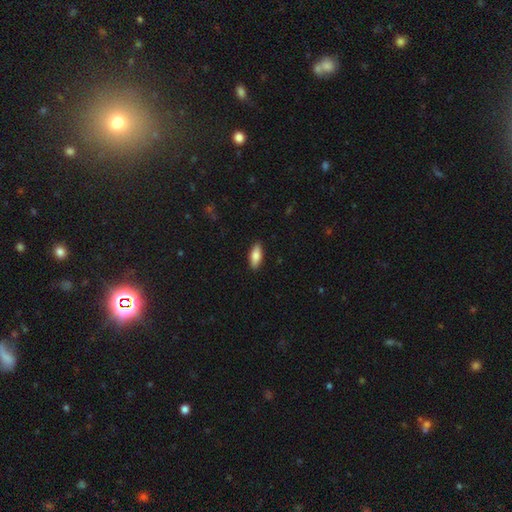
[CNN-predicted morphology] smooth_or_featured: smooth (p=0.83) [alt: featured or disk p=0.11]
how_rounded: in between (p=0.77) [alt: cigar-shaped p=0.21]
merging: none (p=0.89) [alt: minor disturbance p=0.08]